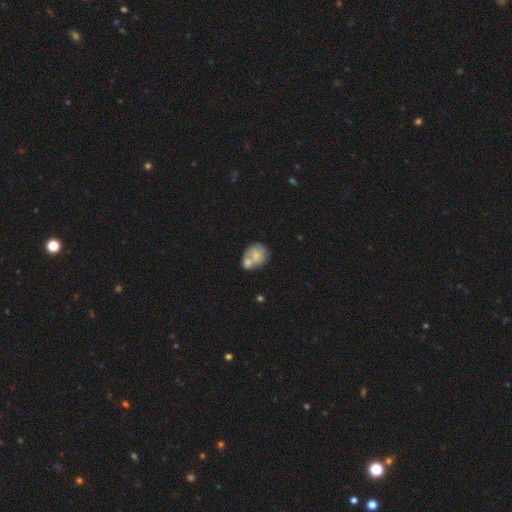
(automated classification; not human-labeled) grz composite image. It shows a smooth galaxy with no disk features (63%) that is round (55%). Merging: merger (54%).